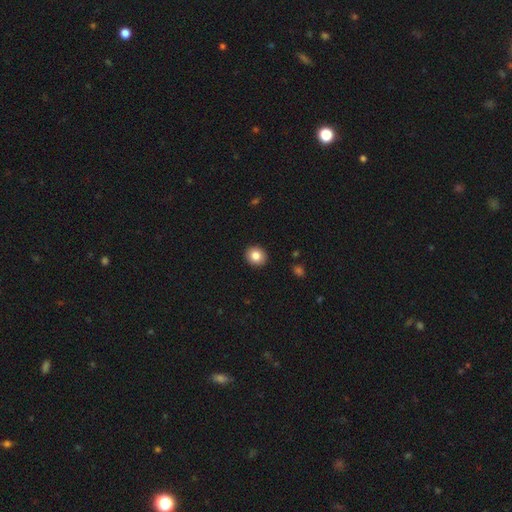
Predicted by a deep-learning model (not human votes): Smooth or featured? Predicted: smooth (p=0.84). How rounded? Predicted: round (p=0.75). Merging? Predicted: none (p=0.91).